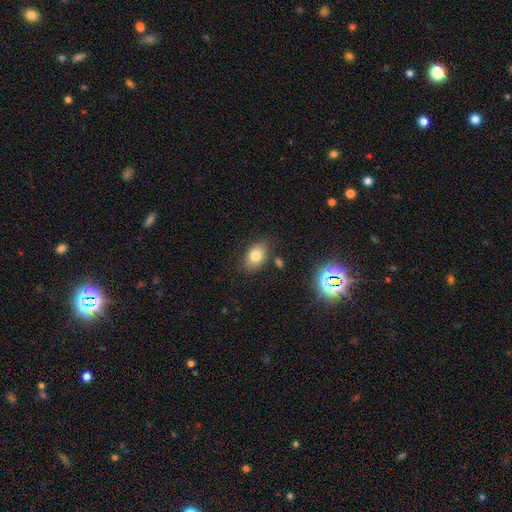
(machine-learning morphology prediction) Q: Smooth or featured?
A: smooth (79%); runner-up: featured or disk (11%)
Q: How rounded?
A: in between (86%); runner-up: round (13%)
Q: Merging?
A: none (81%); runner-up: minor disturbance (12%)